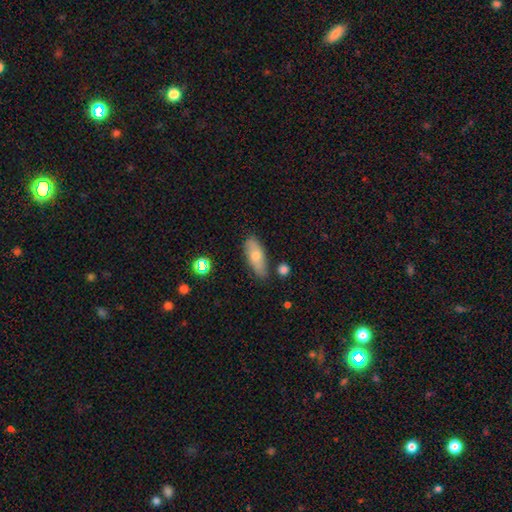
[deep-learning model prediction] Q: Smooth or featured?
A: smooth (69%); runner-up: featured or disk (23%)
Q: How rounded?
A: in between (72%); runner-up: cigar-shaped (25%)
Q: Merging?
A: none (76%); runner-up: minor disturbance (17%)